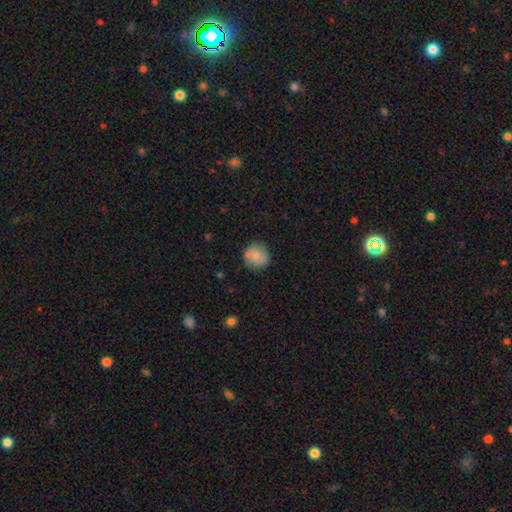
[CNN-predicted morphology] Smooth or featured? Predicted: smooth (p=0.77). How rounded? Predicted: round (p=0.91). Merging? Predicted: none (p=0.77).